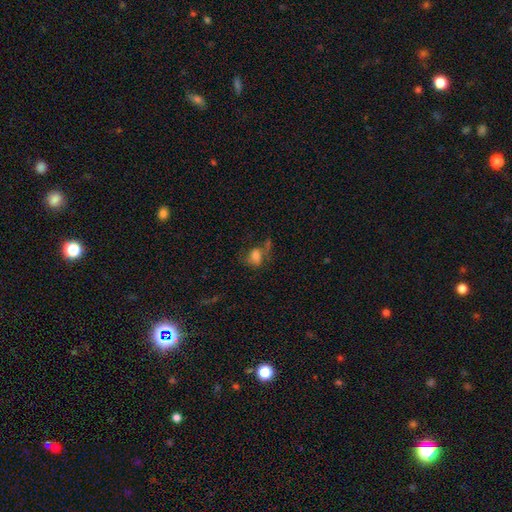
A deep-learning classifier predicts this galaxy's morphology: smooth 67%, featured or disk 19%, star or artifact 14%. Down the decision tree: how rounded — in between (60%); merging — none (37%).